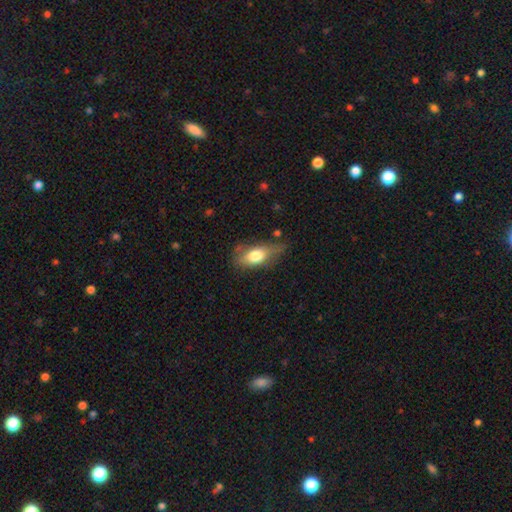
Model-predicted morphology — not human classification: Overall: smooth (72%). How rounded: in between (81%). Merging: none (53%; minor disturbance 32%).